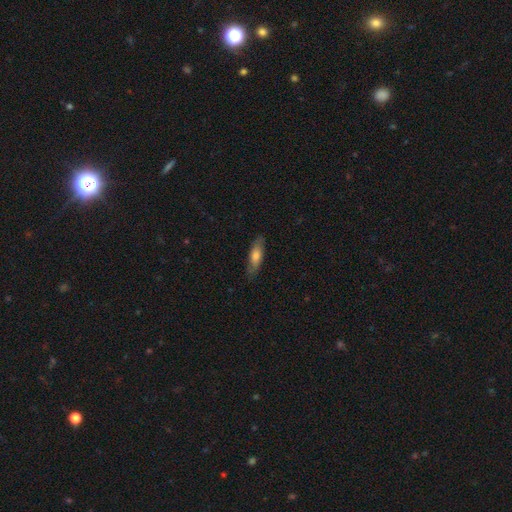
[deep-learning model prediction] A smooth galaxy with no disk features (62%) that is cigar-shaped (53%).

Vote fractions:
- Smooth or featured? smooth: 62% / featured or disk: 31% / star or artifact: 7%
- How rounded? cigar-shaped: 53% / in between: 45% / round: 2%
- Merging? none: 81% / minor disturbance: 14% / major disturbance: 3% / merger: 1%